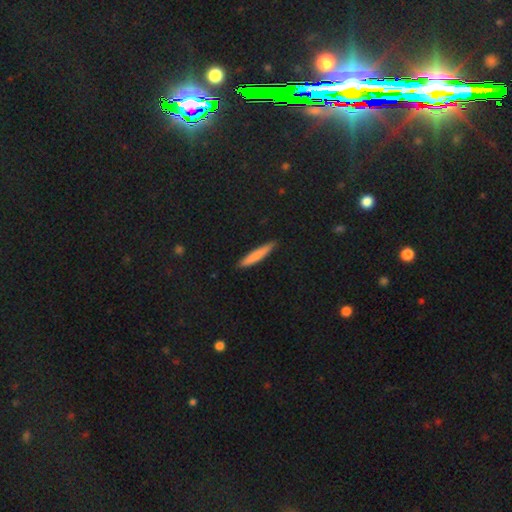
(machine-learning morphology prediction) Smooth or featured? smooth (77%)
How rounded? cigar-shaped (92%)
Merging? none (87%)